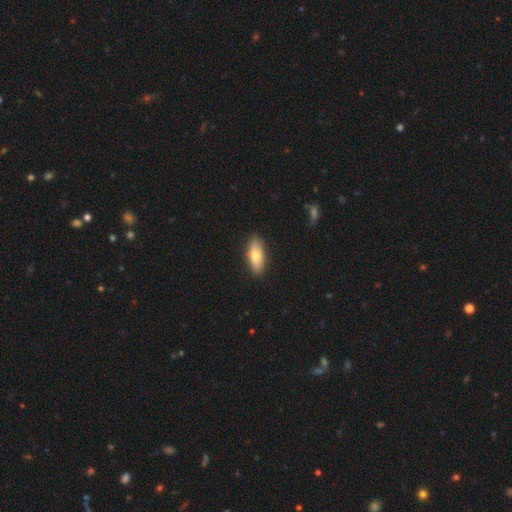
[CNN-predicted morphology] smooth 69%, featured or disk 25%, star or artifact 6%. Down the decision tree: how rounded — in between (72%); merging — none (88%).